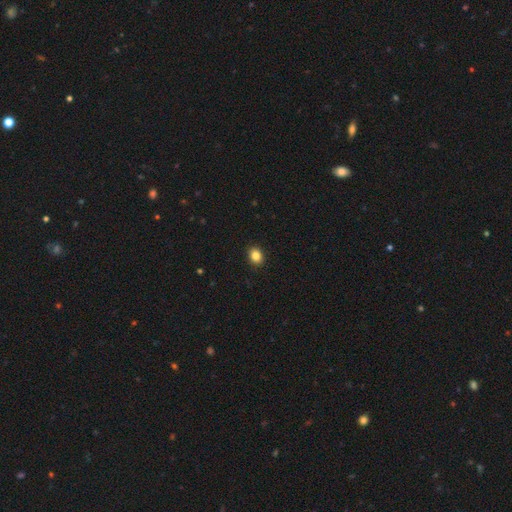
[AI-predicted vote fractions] Overall: smooth (85%). How rounded: in between (50%; round 49%). Merging: none (91%).